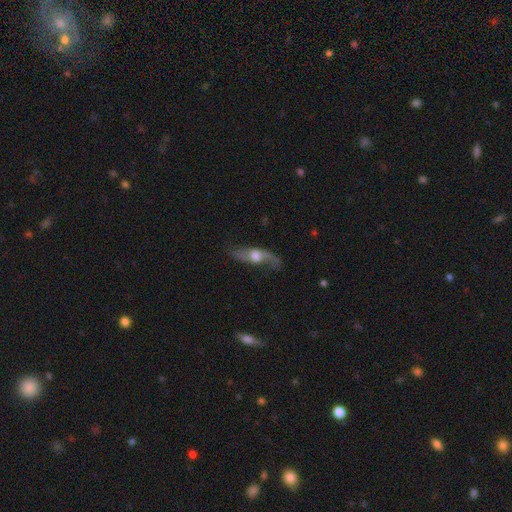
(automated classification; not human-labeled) This appears to be a featured or disk galaxy (69%). Merging: none (62%).